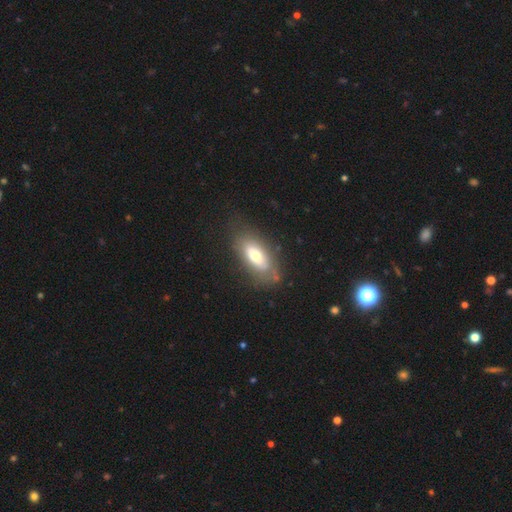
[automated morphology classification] Smooth or featured?
  - smooth: 59% *
  - featured or disk: 34%
  - star or artifact: 7%
How rounded?
  - in between: 85% *
  - cigar-shaped: 11%
  - round: 4%
Merging?
  - none: 71% *
  - minor disturbance: 19%
  - major disturbance: 8%
  - merger: 2%